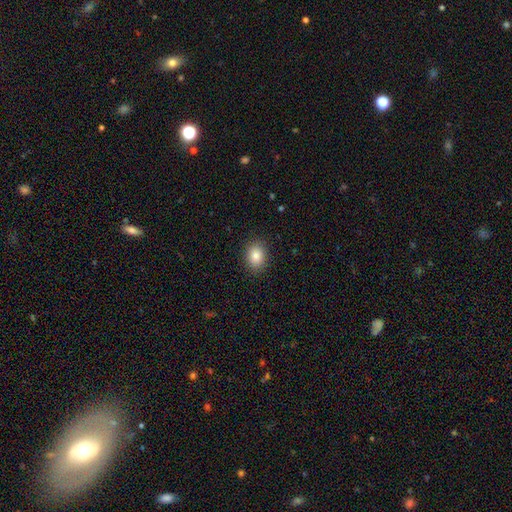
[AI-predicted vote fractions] This is clearly a smooth galaxy (85%). How rounded: likely in between (63%). Merging: clearly none (89%).